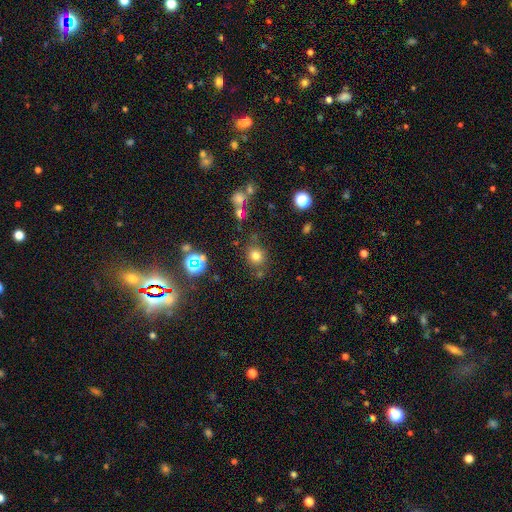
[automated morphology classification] This appears to be a smooth galaxy with no disk features (74%) that is round (83%). Merging: none (77%).